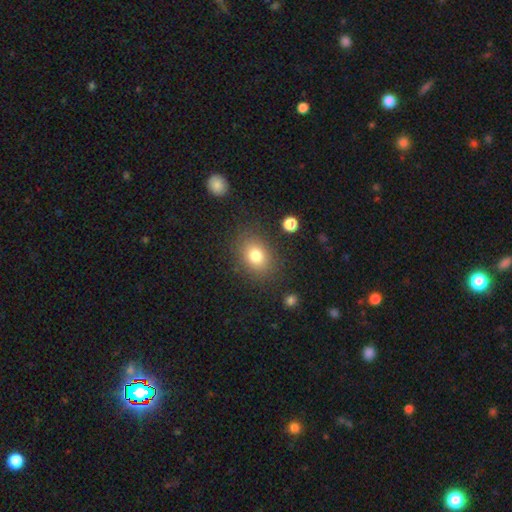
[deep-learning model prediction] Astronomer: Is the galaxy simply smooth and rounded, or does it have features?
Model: smooth — 78%.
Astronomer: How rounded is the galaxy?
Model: in between — 60% (runner-up: round, 38%).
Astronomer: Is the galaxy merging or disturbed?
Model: none — 82%.